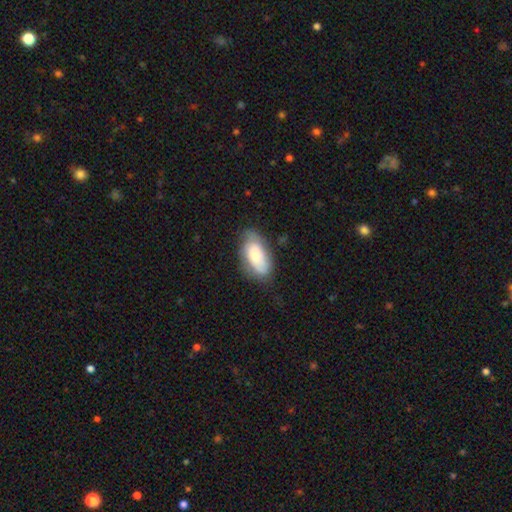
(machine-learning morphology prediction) A smooth galaxy with no disk features (55%) that is in between round and cigar-shaped (92%). Merging: none (65%).